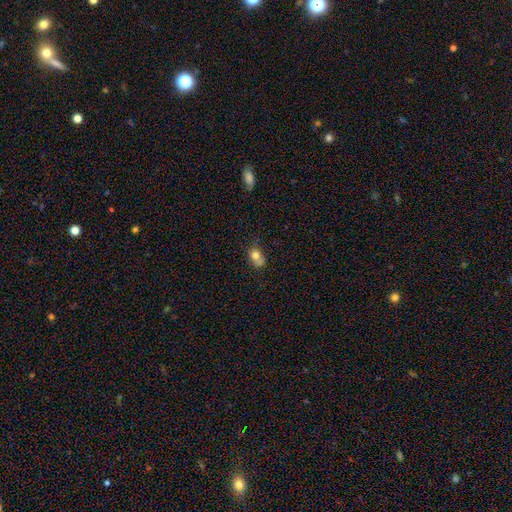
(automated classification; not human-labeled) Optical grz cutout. It shows a smooth galaxy with no disk features (73%) that is round (50%). Merging: none (37%).